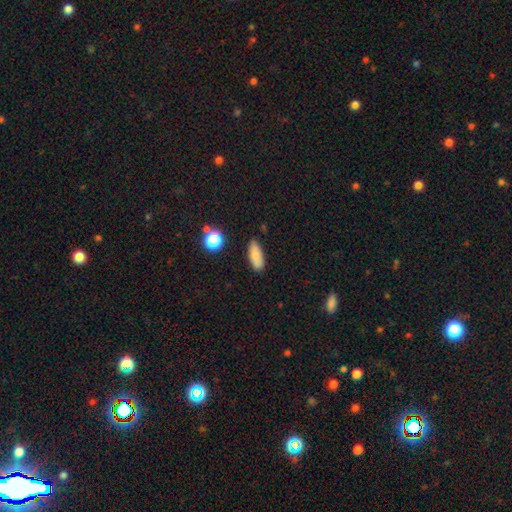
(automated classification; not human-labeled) smooth 81%, featured or disk 9%, star or artifact 9%. Down the decision tree: how rounded — in between (74%); merging — none (81%).